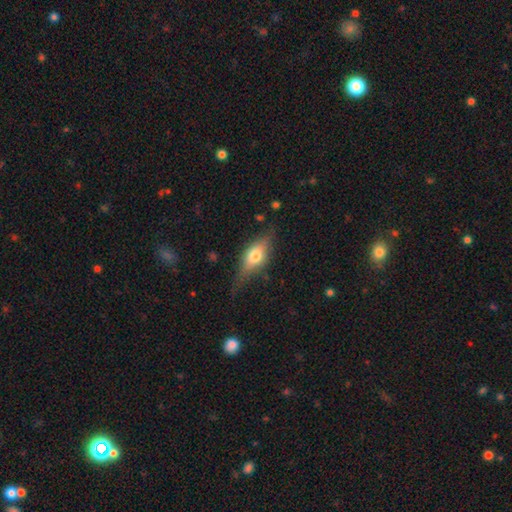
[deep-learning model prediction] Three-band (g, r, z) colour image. It shows a smooth galaxy with no disk features (53%) that is in between round and cigar-shaped (72%). Merging: none (63%).